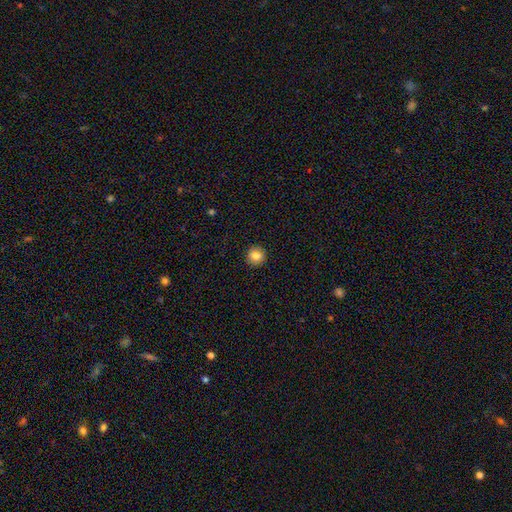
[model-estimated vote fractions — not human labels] This appears to be a smooth galaxy with no disk features (84%) that is round (91%). Merging: none (92%).